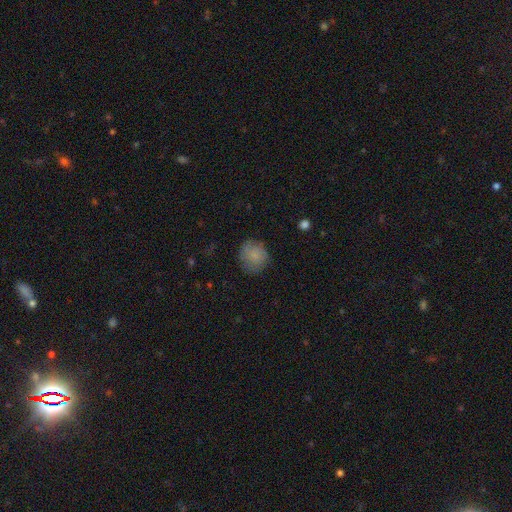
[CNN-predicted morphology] Smooth or featured: smooth — 82% (featured or disk — 9%)
How rounded: round — 85% (in between — 14%)
Merging: none — 76% (minor disturbance — 18%)